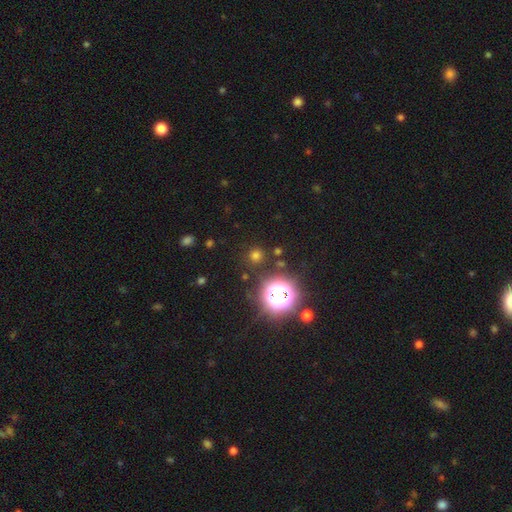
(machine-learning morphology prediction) This is likely a smooth galaxy (63%). How rounded: clearly round (91%). Merging: clearly none (85%).